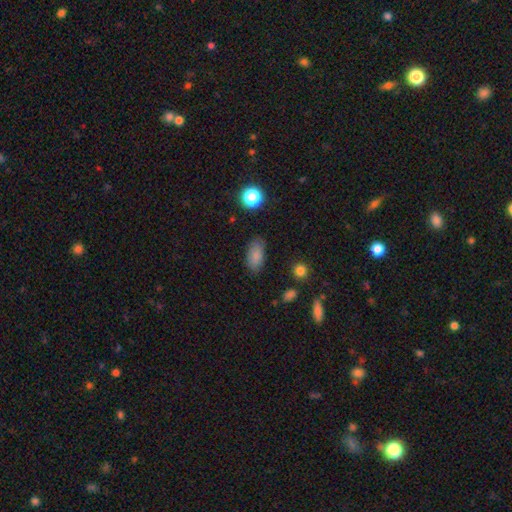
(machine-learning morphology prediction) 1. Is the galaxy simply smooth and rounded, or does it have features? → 84% smooth, 9% star or artifact, 6% featured or disk.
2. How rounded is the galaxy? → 90% in between, 5% cigar-shaped, 4% round.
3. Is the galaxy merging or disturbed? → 83% none, 12% minor disturbance, 3% major disturbance, 2% merger.